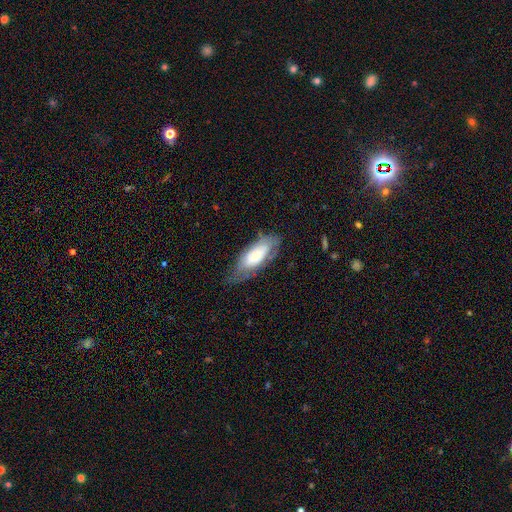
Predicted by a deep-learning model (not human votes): A smooth galaxy with no disk features (61%) that is in between round and cigar-shaped (83%). Merging: none (56%).